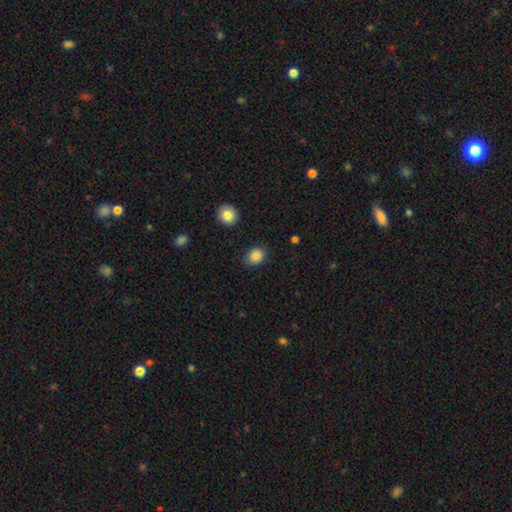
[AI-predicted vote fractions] This appears to be a smooth galaxy with no disk features (87%) that is round (55%). Merging: none (84%).